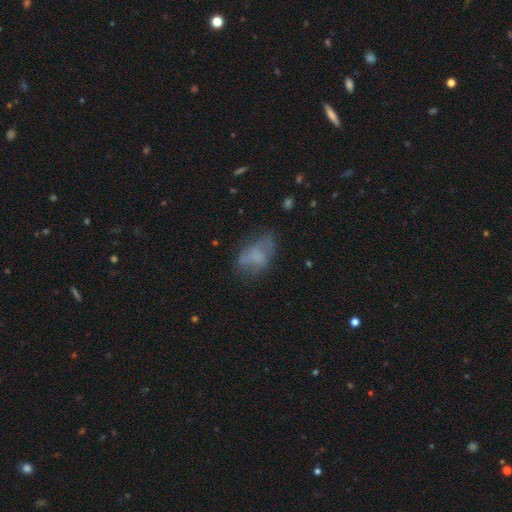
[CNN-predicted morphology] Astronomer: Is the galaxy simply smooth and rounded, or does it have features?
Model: smooth — 53% (runner-up: featured or disk, 35%).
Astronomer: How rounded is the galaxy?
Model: in between — 86%.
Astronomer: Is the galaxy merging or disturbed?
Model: none — 44% (runner-up: minor disturbance, 27%).